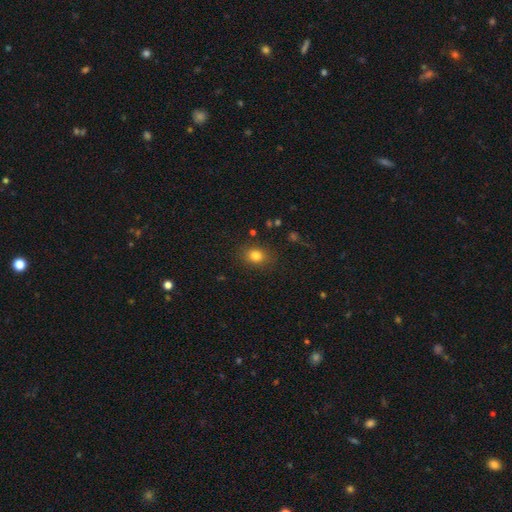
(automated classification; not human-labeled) smooth 81%, star or artifact 12%, featured or disk 7%. Down the decision tree: how rounded — round (51%); merging — none (84%).